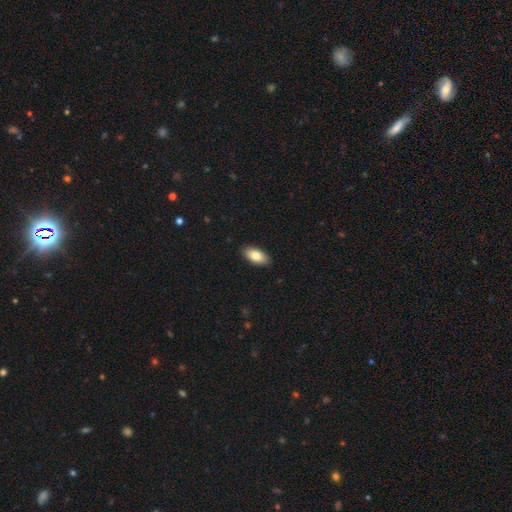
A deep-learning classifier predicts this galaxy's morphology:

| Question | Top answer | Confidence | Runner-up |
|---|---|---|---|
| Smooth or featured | smooth | 81% | featured or disk (12%) |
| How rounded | in between | 92% | cigar-shaped (5%) |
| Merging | none | 89% | minor disturbance (8%) |